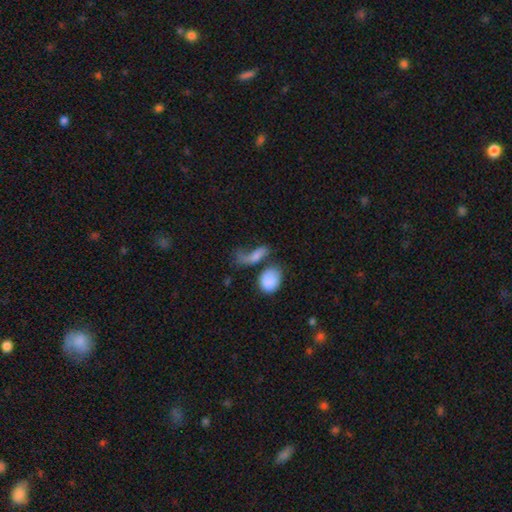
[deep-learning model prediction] smooth 66%, featured or disk 21%, star or artifact 12%. Down the decision tree: how rounded — in between (69%); merging — major disturbance (31%).